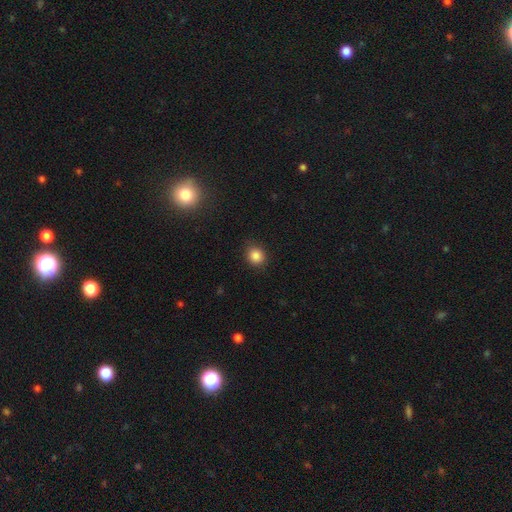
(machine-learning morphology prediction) Q: Smooth or featured?
A: smooth (85%); runner-up: star or artifact (11%)
Q: How rounded?
A: round (83%); runner-up: in between (16%)
Q: Merging?
A: none (85%); runner-up: minor disturbance (11%)